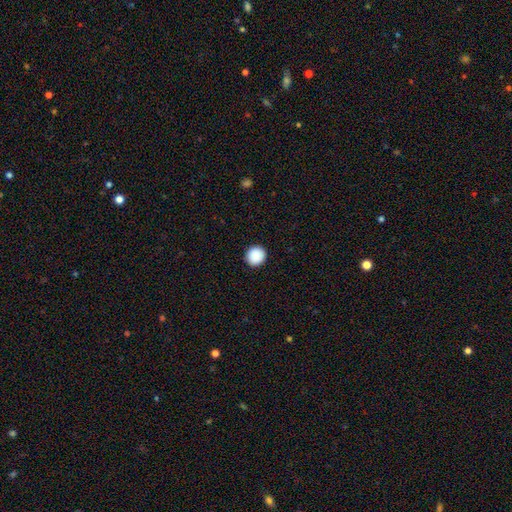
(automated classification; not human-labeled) A smooth galaxy with no disk features (90%) that is round (93%). Merging: none (93%).